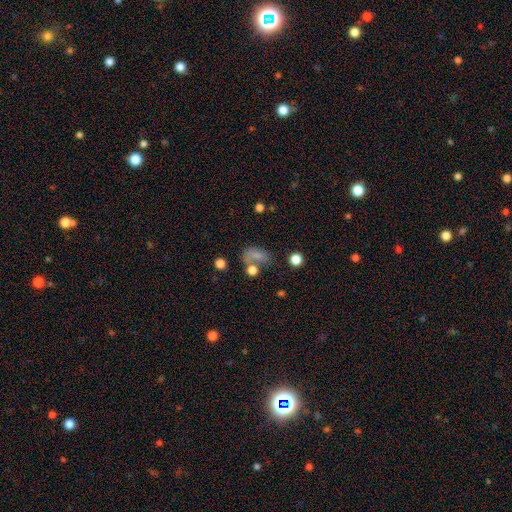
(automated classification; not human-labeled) This is likely a smooth galaxy (66%). How rounded: likely in between (75%). Merging: marginally none (34%).